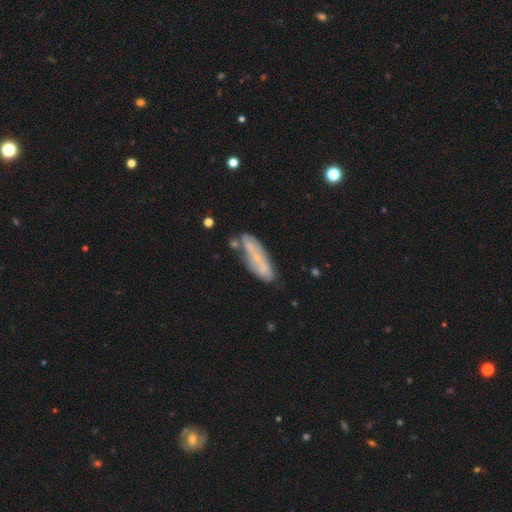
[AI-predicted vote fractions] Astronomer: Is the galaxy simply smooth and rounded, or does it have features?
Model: featured or disk — 46% (runner-up: smooth, 45%).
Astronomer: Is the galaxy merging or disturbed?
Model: none — 56%.